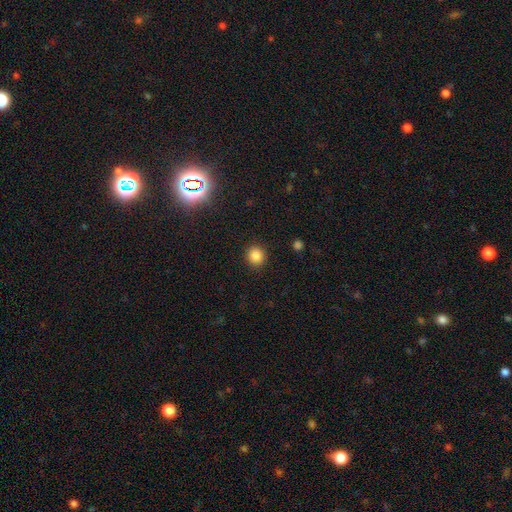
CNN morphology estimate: This appears to be a smooth galaxy with no disk features (85%) that is round (88%). Merging: none (91%).